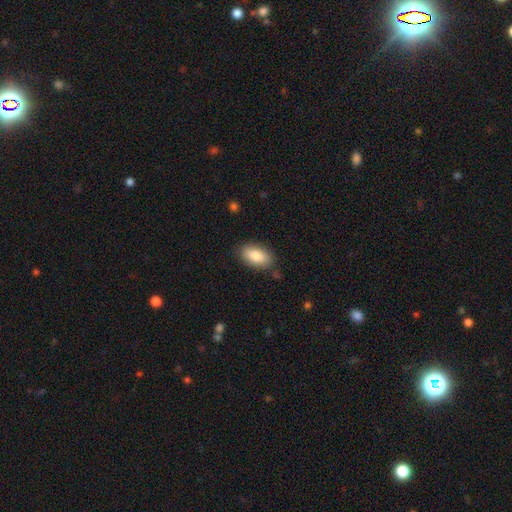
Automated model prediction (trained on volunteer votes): smooth-or-featured: smooth: 84% | featured or disk: 9% | star or artifact: 7%
  how-rounded: in between: 92% | round: 4% | cigar-shaped: 3%
  merging: none: 84% | minor disturbance: 12% | major disturbance: 3% | merger: 2%